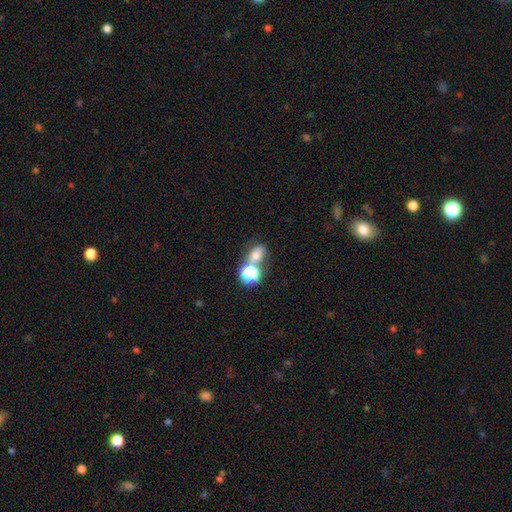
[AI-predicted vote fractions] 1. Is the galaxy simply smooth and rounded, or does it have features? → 66% smooth, 21% star or artifact, 13% featured or disk.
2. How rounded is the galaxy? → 58% in between, 41% round, 2% cigar-shaped.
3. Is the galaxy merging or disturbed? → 49% none, 34% merger, 11% minor disturbance, 6% major disturbance.